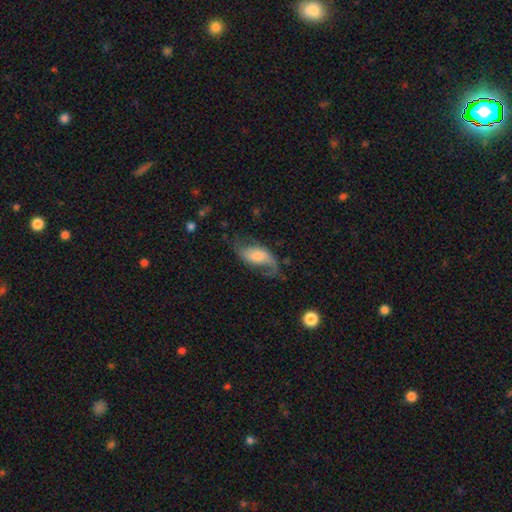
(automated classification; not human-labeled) This appears to be a featured or disk galaxy (68%) with no bar (55%), 2 (79%) loose (61%) spiral arms (91%) and a moderate central bulge (43%). Merging: none (60%).